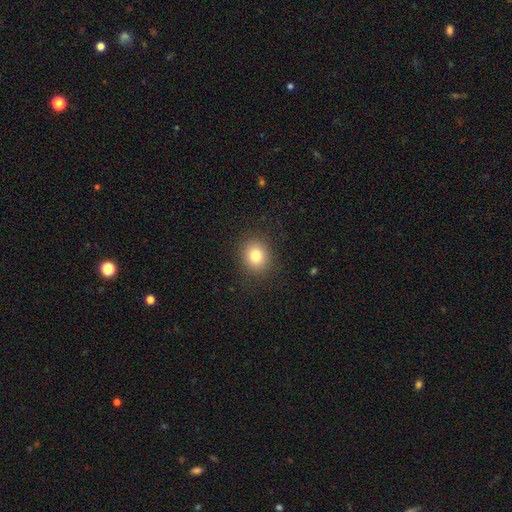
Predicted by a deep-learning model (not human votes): smooth_or_featured: smooth (p=0.81) [alt: star or artifact p=0.11]
how_rounded: round (p=0.71) [alt: in between p=0.28]
merging: none (p=0.88) [alt: minor disturbance p=0.08]